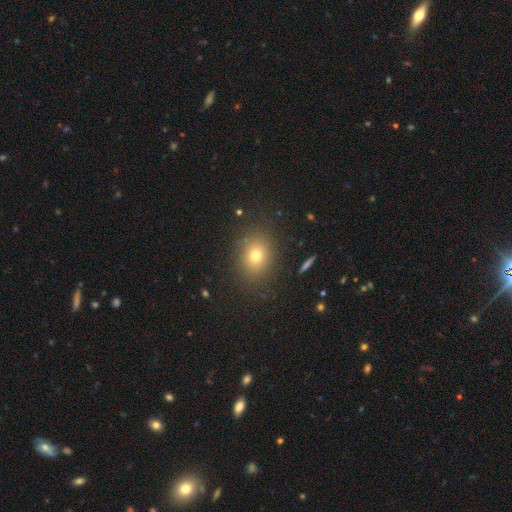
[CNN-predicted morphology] This is likely a smooth galaxy (74%). How rounded: possibly round (50%). Merging: clearly none (85%).